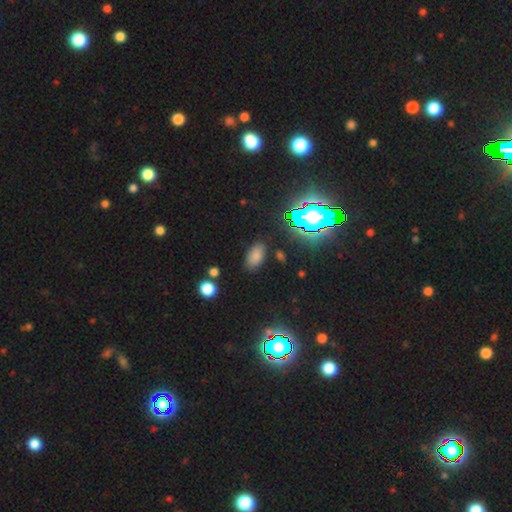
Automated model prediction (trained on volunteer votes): smooth-or-featured: smooth: 72% | star or artifact: 20% | featured or disk: 8%
  how-rounded: in between: 92% | round: 5% | cigar-shaped: 3%
  merging: none: 83% | minor disturbance: 11% | major disturbance: 3% | merger: 2%